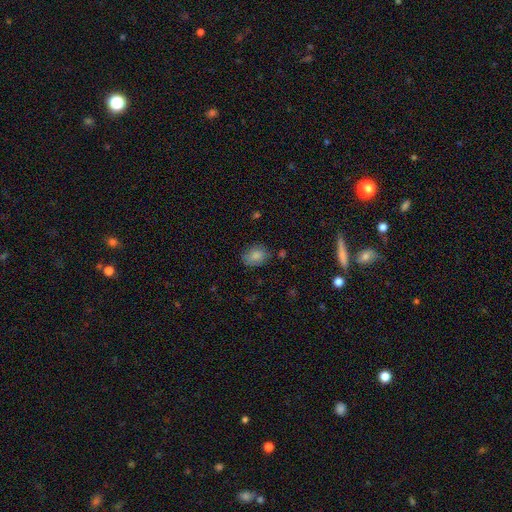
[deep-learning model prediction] A smooth galaxy with no disk features (83%) that is in between round and cigar-shaped (63%). Merging: none (76%).